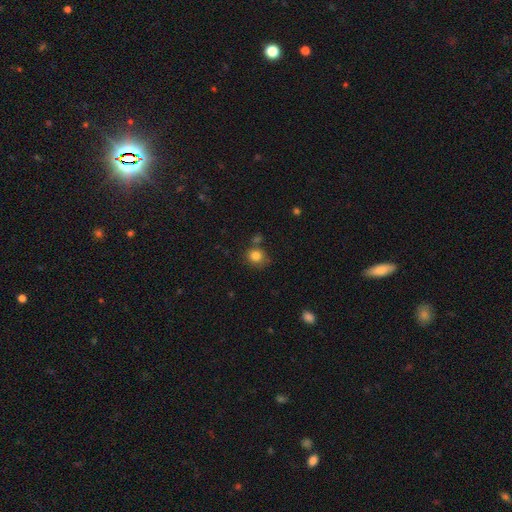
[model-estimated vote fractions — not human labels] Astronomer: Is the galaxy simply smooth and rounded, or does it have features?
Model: smooth — 83%.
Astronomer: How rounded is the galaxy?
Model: round — 80%.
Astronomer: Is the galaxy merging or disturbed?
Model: none — 67%.